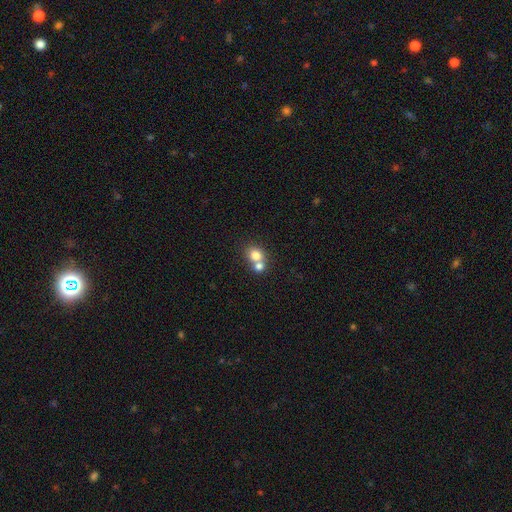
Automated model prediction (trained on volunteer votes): Smooth or featured? smooth (78%)
How rounded? round (72%)
Merging? merger (52%)